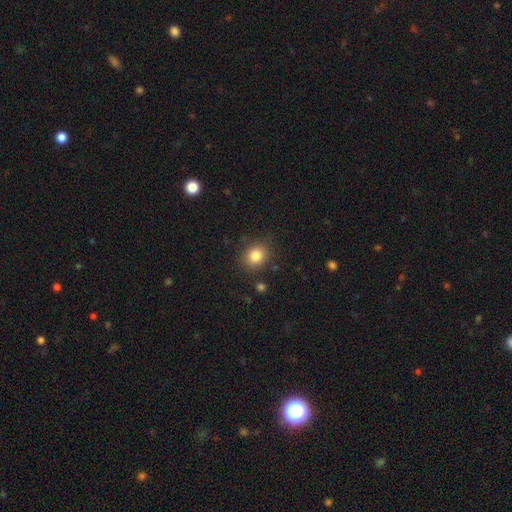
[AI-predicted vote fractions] Smooth or featured? smooth (83%)
How rounded? round (71%)
Merging? none (84%)